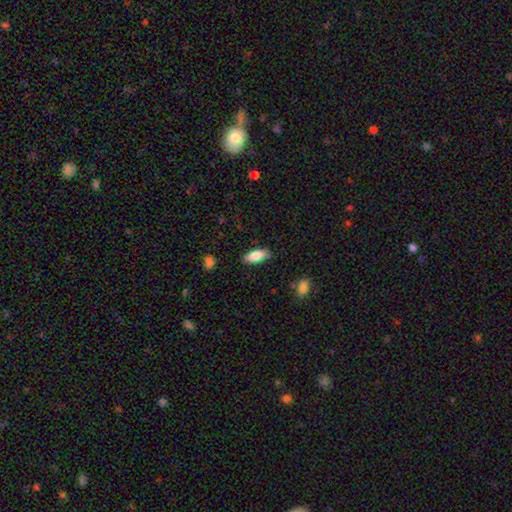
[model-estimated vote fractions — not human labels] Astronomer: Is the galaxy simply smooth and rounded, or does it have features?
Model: smooth — 84%.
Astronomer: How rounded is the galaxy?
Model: in between — 83%.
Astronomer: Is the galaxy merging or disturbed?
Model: none — 82%.